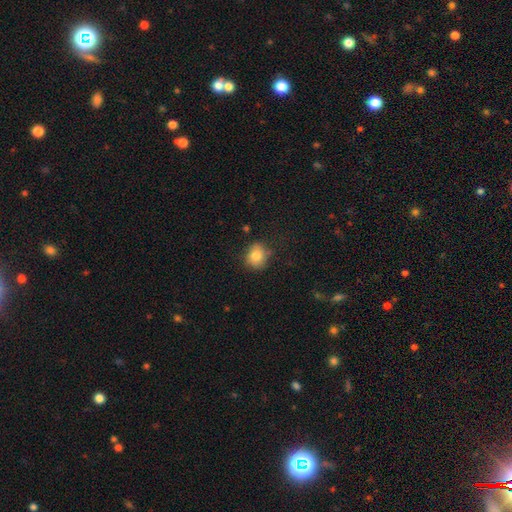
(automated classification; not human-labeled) A smooth galaxy with no disk features (81%) that is round (70%).

Vote fractions:
- Smooth or featured? smooth: 81% / star or artifact: 10% / featured or disk: 9%
- How rounded? round: 70% / in between: 29% / cigar-shaped: 1%
- Merging? none: 75% / minor disturbance: 19% / major disturbance: 5% / merger: 2%